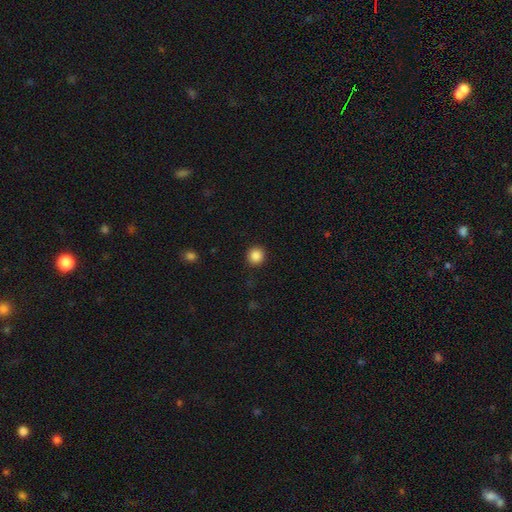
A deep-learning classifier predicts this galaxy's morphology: The model was most divided on "smooth or featured": smooth: 87%, star or artifact: 10%, featured or disk: 3%. More confident: how rounded — round (93%); merging — none (92%).